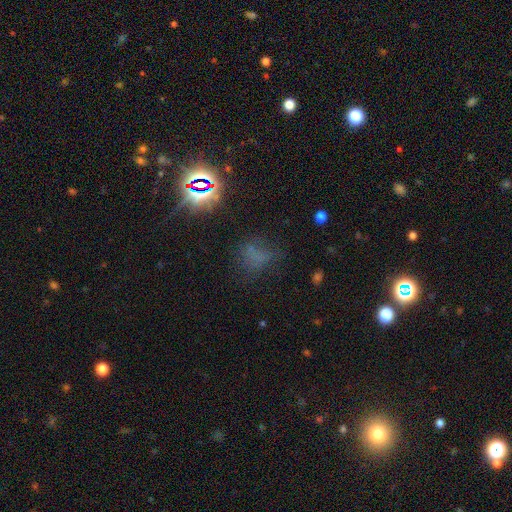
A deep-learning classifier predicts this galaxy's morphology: Smooth or featured? star or artifact (44%)